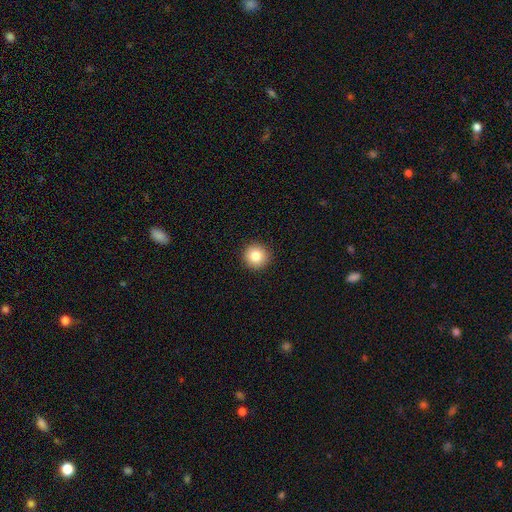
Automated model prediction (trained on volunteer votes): This is clearly a smooth galaxy (84%). How rounded: clearly round (95%). Merging: clearly none (93%).